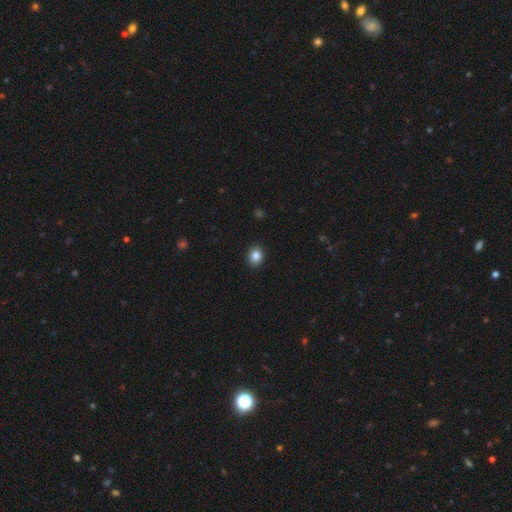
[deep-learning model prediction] Smooth or featured? Predicted: smooth (p=0.86). How rounded? Predicted: round (p=0.55). Merging? Predicted: none (p=0.91).